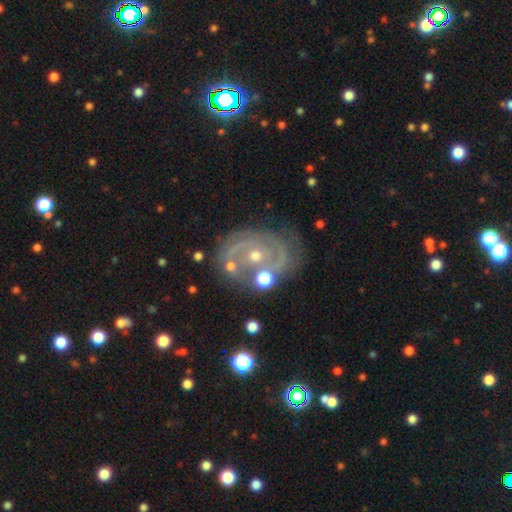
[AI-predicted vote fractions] The model was most divided on "bulge size" (2-way tie): moderate: 48%, small: 48%, large: 2%, none: 2%, dominant: 1%. More confident: edge-on disk — no (97%); spiral arms — yes (93%); smooth or featured — featured or disk (85%); merging — none (67%); bar — no (67%); spiral arm count — 2 (65%); spiral winding — tight (54%).